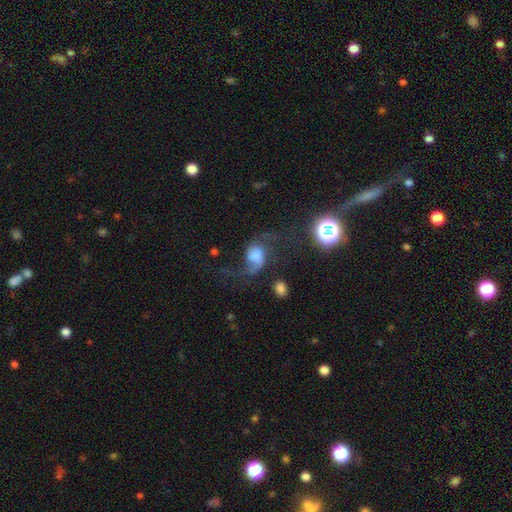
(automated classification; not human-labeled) This appears to be a featured or disk galaxy (61%) with no bar (62%), 2 (74%) loose (79%) spiral arms (87%) and no central bulge (27%). Merging: major disturbance (40%).